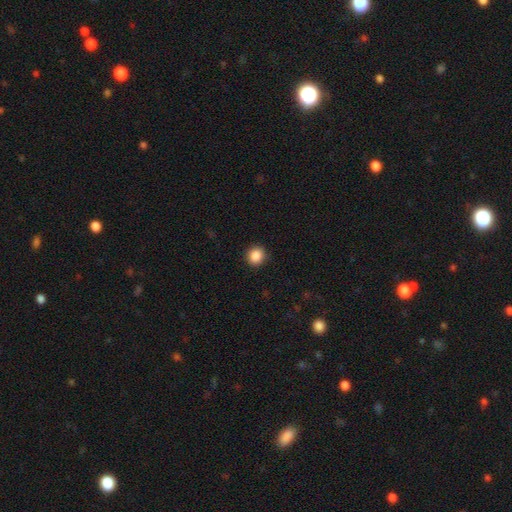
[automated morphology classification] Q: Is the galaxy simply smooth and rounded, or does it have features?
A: smooth — 88%.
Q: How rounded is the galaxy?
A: round — 86%.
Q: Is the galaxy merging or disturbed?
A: none — 91%.